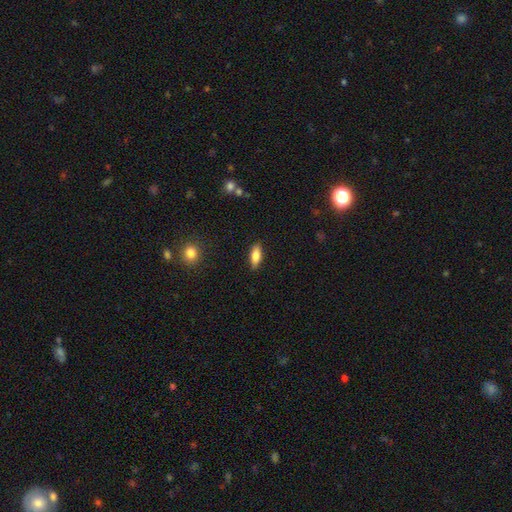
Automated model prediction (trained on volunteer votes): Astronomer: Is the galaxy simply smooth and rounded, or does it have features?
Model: smooth — 79%.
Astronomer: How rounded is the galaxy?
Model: in between — 75%.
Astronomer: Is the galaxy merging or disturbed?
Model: none — 87%.